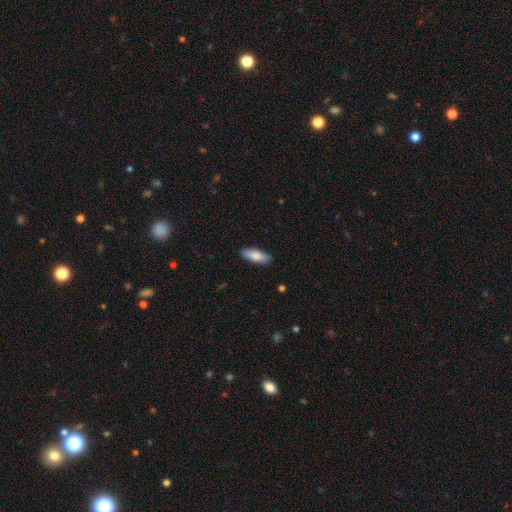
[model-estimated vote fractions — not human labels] smooth-or-featured: smooth: 82% | featured or disk: 13% | star or artifact: 6%
  how-rounded: in between: 67% | cigar-shaped: 31% | round: 2%
  merging: none: 89% | minor disturbance: 8% | major disturbance: 2% | merger: 1%